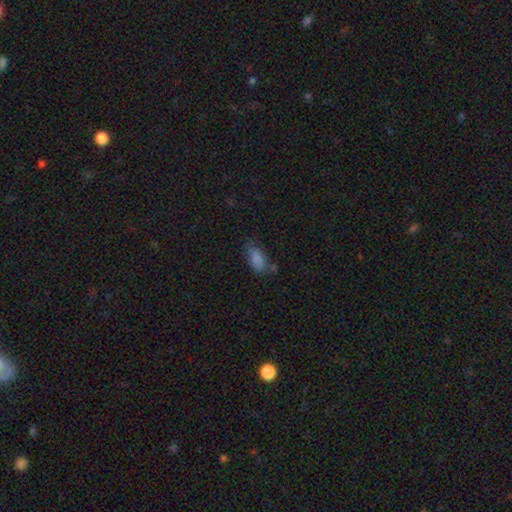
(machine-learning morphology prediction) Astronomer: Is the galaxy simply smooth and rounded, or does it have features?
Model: smooth — 79%.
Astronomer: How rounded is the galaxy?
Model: in between — 85%.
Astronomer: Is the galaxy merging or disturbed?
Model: none — 58%.